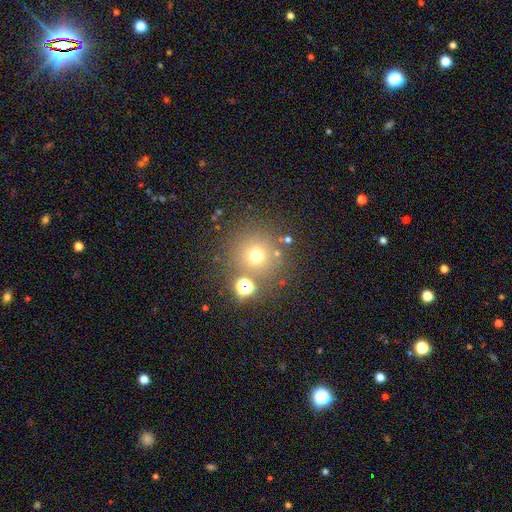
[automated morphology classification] Smooth or featured?
  - smooth: 67% *
  - star or artifact: 23%
  - featured or disk: 11%
How rounded?
  - round: 94% *
  - in between: 5%
  - cigar-shaped: 1%
Merging?
  - none: 79% *
  - minor disturbance: 9%
  - merger: 8%
  - major disturbance: 5%